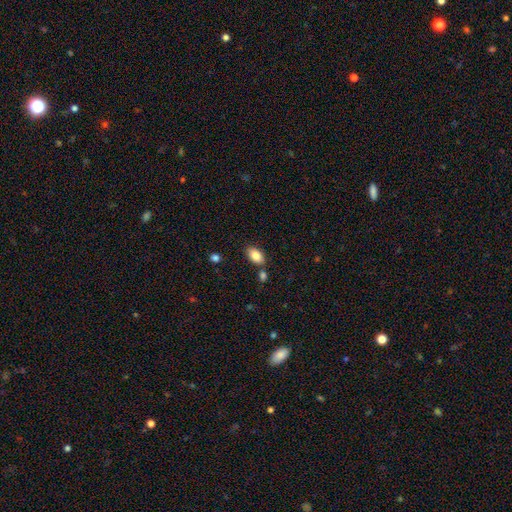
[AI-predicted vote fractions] smooth 86%, star or artifact 8%, featured or disk 6%. Down the decision tree: how rounded — in between (92%); merging — none (76%).